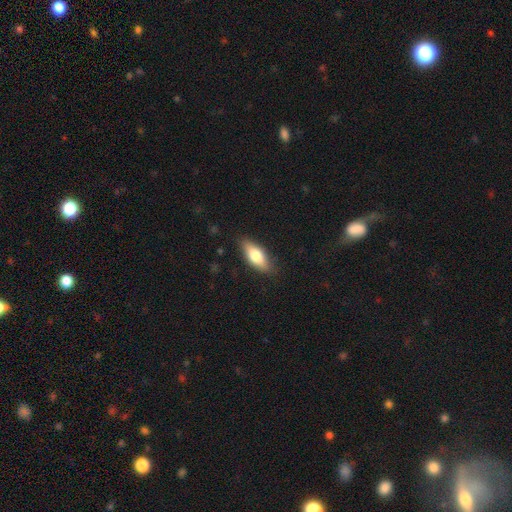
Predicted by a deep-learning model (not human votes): Overall: smooth (72%). How rounded: in between (74%). Merging: none (84%).